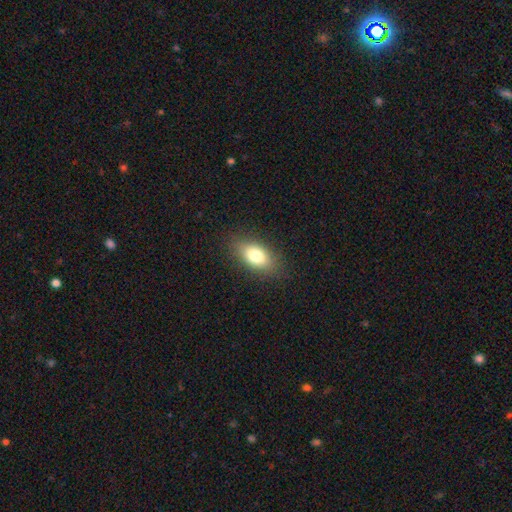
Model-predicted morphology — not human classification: smooth-or-featured: smooth: 79% | featured or disk: 13% | star or artifact: 9%
  how-rounded: in between: 87% | round: 7% | cigar-shaped: 6%
  merging: none: 85% | minor disturbance: 11% | major disturbance: 3% | merger: 1%